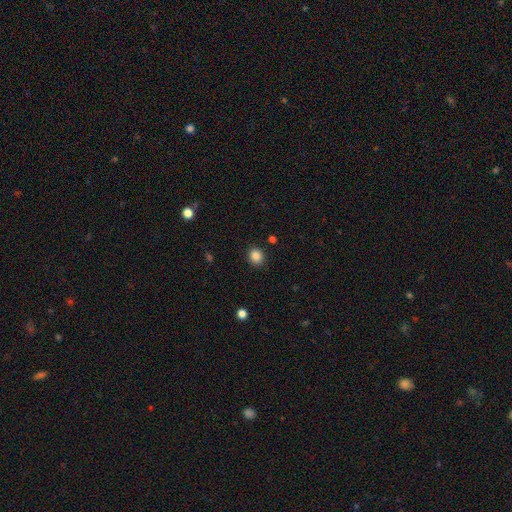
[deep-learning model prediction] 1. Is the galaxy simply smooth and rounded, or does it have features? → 85% smooth, 10% star or artifact, 4% featured or disk.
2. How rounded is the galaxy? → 76% round, 23% in between, 1% cigar-shaped.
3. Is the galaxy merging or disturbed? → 89% none, 7% minor disturbance, 2% major disturbance, 1% merger.